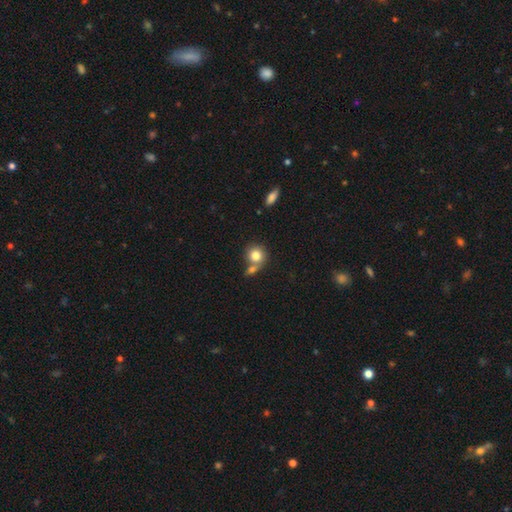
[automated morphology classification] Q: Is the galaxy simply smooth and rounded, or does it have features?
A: smooth — 81%.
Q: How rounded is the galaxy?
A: round — 84%.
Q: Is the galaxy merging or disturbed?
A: none — 46%.